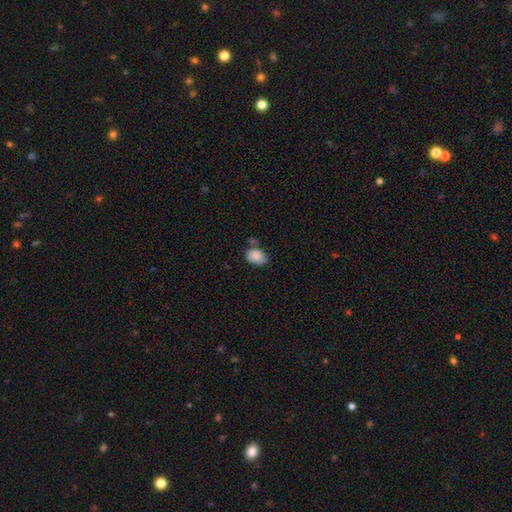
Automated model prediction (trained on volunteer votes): Morphology: type=smooth (85%); roundness=in between (78%); merging=none (57%).